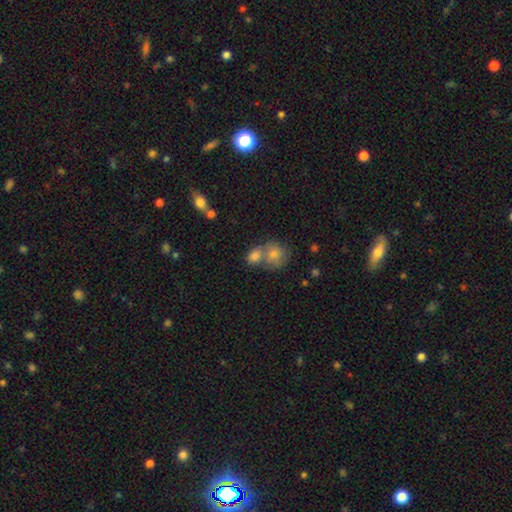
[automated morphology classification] A smooth galaxy with no disk features (74%) that is round (56%). Merging: merger (51%).